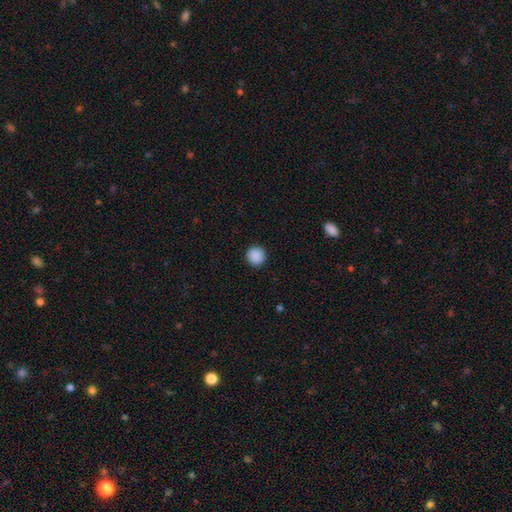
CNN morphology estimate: smooth-or-featured: smooth: 89% | star or artifact: 9% | featured or disk: 2%
  how-rounded: round: 94% | in between: 5% | cigar-shaped: 1%
  merging: none: 92% | minor disturbance: 5% | major disturbance: 2% | merger: 1%